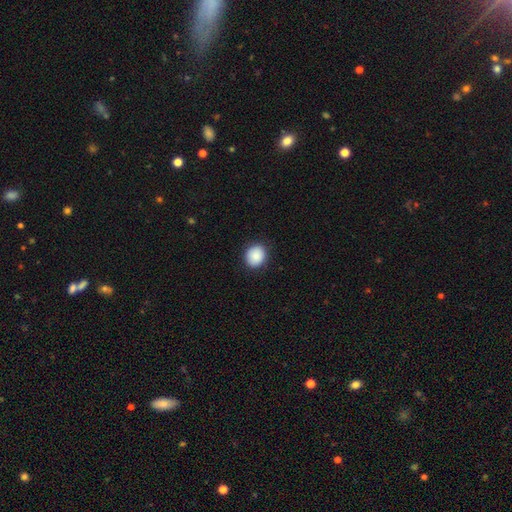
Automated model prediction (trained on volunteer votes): smooth 89%, star or artifact 8%, featured or disk 4%. Down the decision tree: how rounded — round (75%); merging — none (89%).